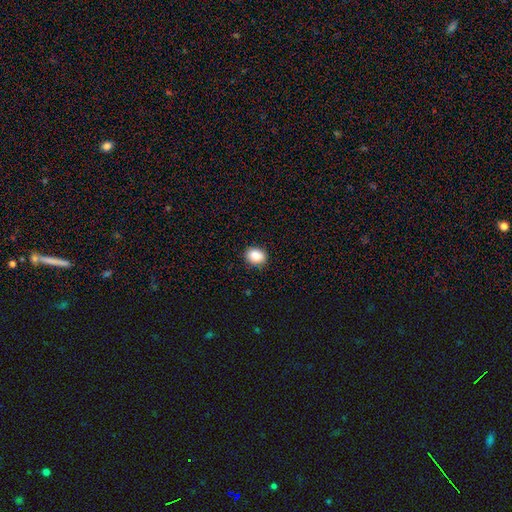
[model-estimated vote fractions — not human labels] Smooth or featured? smooth (87%)
How rounded? round (51%)
Merging? none (88%)